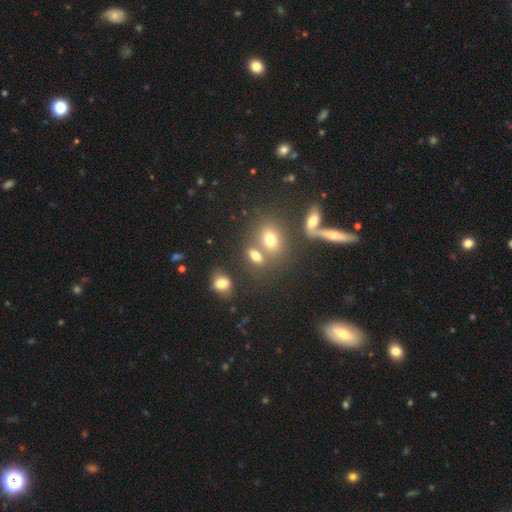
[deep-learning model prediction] This appears to be a smooth galaxy with no disk features (71%) that is in between round and cigar-shaped (73%). Merging: none (49%).